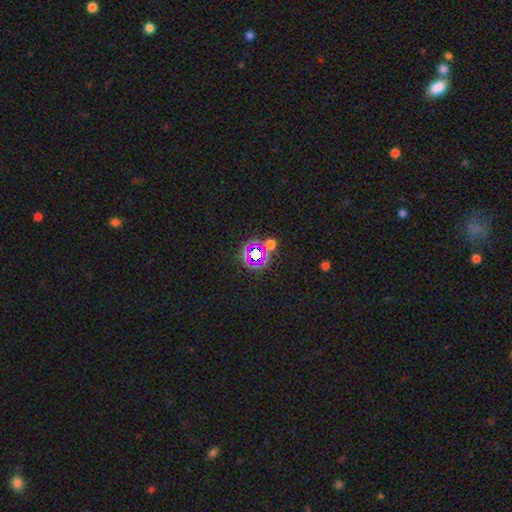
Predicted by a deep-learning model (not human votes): This is likely a star or artifact rather than a galaxy (63%).